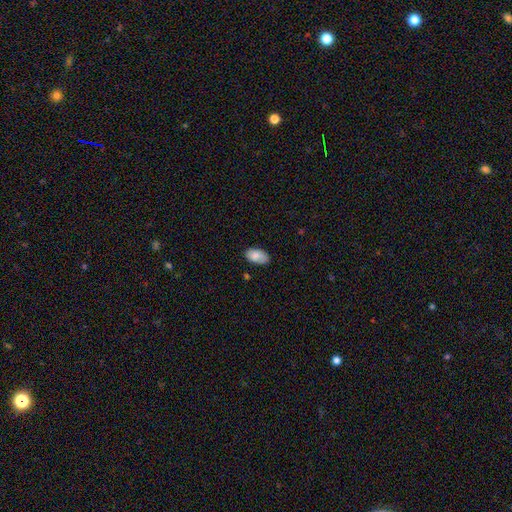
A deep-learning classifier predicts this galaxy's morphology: A smooth galaxy with no disk features (83%) that is in between round and cigar-shaped (94%).

Vote fractions:
- Smooth or featured? smooth: 83% / featured or disk: 10% / star or artifact: 7%
- How rounded? in between: 94% / round: 4% / cigar-shaped: 1%
- Merging? none: 76% / minor disturbance: 19% / major disturbance: 3% / merger: 2%